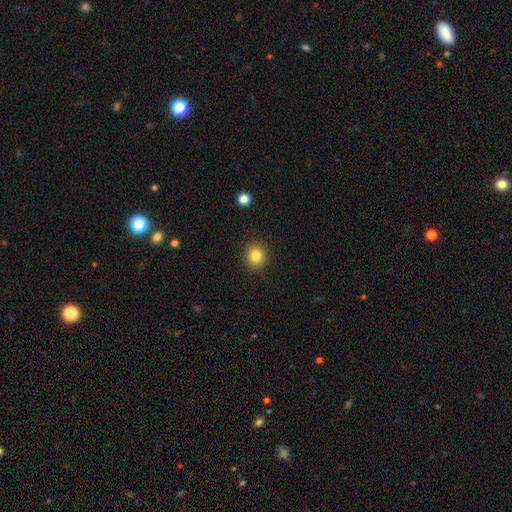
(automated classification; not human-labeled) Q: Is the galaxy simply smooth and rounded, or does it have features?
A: smooth — 83%.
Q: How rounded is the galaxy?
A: round — 85%.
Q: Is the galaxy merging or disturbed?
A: none — 91%.